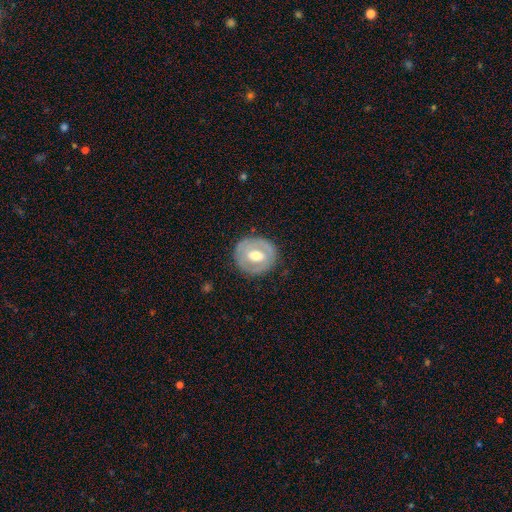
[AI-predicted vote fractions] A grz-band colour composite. It shows a featured or disk galaxy (57%) with a weak bar (41%, tied with no), no spiral arms (70%) and a moderate central bulge (72%). Merging: none (83%).